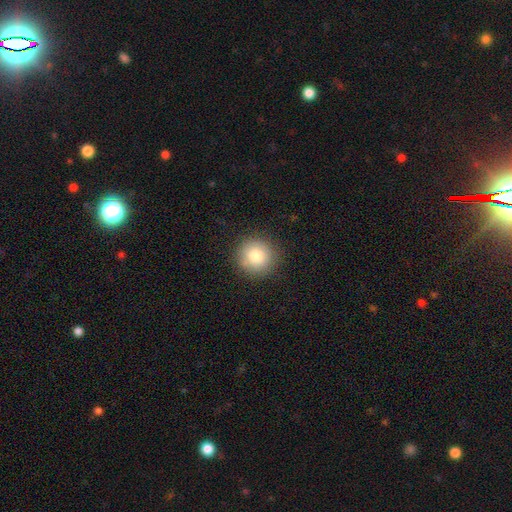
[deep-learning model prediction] Smooth or featured: smooth — 81% (star or artifact — 10%)
How rounded: round — 94% (in between — 5%)
Merging: none — 88% (minor disturbance — 8%)